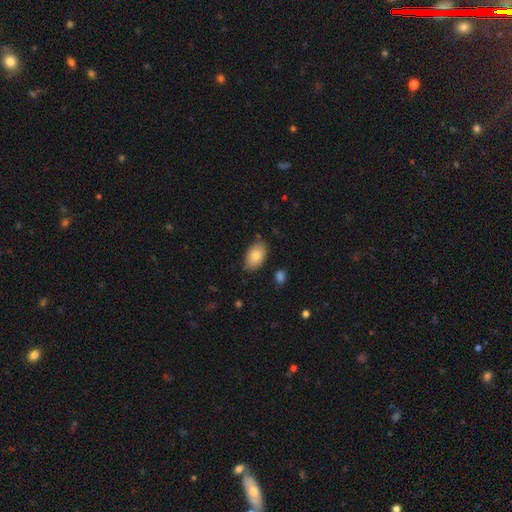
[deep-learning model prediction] Smooth or featured?
  - smooth: 82% *
  - featured or disk: 11%
  - star or artifact: 7%
How rounded?
  - in between: 93% *
  - round: 6%
  - cigar-shaped: 1%
Merging?
  - none: 81% *
  - minor disturbance: 14%
  - major disturbance: 3%
  - merger: 2%